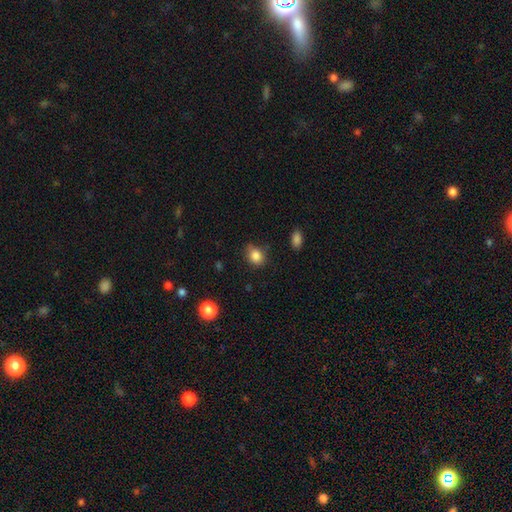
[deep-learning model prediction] A smooth galaxy with no disk features (85%) that is round (59%). Merging: none (69%).